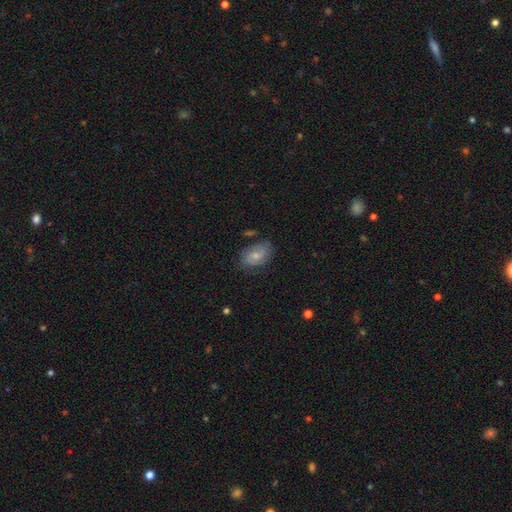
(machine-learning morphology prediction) A smooth galaxy with no disk features (50%) that is in between round and cigar-shaped (86%).

Vote fractions:
- Smooth or featured? smooth: 50% / featured or disk: 41% / star or artifact: 8%
- How rounded? in between: 86% / round: 13% / cigar-shaped: 2%
- Merging? none: 69% / minor disturbance: 22% / major disturbance: 6% / merger: 2%